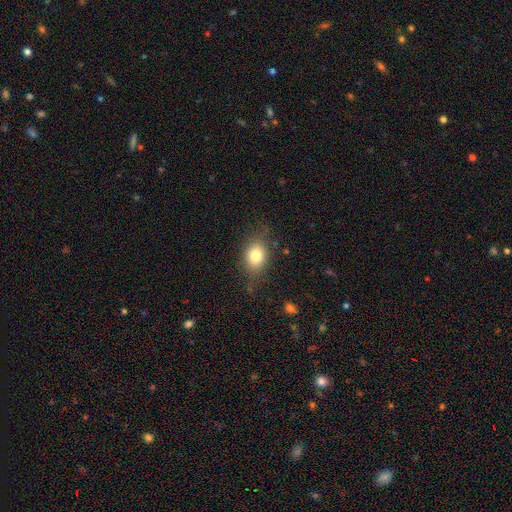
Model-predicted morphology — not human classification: Q: Smooth or featured?
A: smooth (78%); runner-up: featured or disk (12%)
Q: How rounded?
A: in between (65%); runner-up: round (34%)
Q: Merging?
A: none (74%); runner-up: minor disturbance (19%)